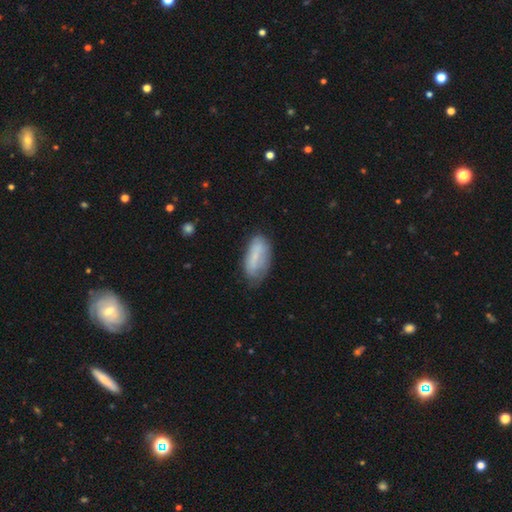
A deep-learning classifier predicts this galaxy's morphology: The model was most divided on "merging": none: 61%, minor disturbance: 28%, major disturbance: 9%, merger: 3%. More confident: how rounded — in between (86%); smooth or featured — smooth (64%).